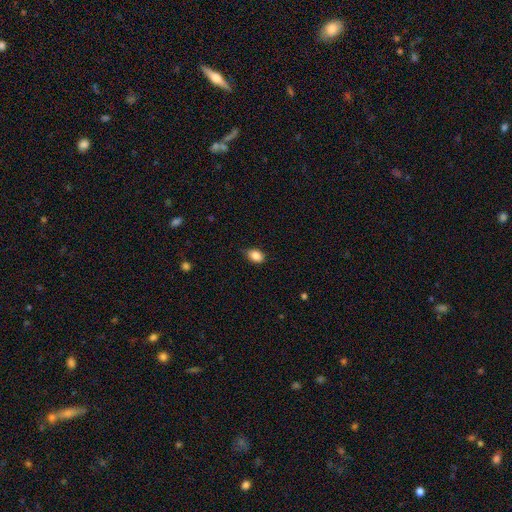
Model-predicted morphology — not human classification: Overall: smooth (86%). How rounded: in between (79%). Merging: none (73%).